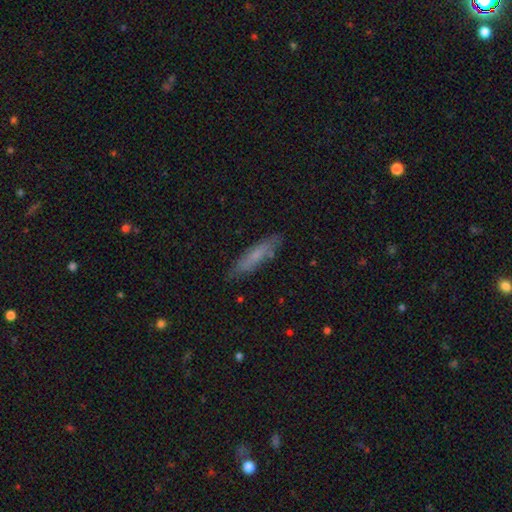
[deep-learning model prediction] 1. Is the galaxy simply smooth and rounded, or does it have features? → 63% smooth, 30% featured or disk, 7% star or artifact.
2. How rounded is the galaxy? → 81% cigar-shaped, 18% in between, 2% round.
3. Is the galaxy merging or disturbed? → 82% none, 14% minor disturbance, 3% major disturbance, 2% merger.